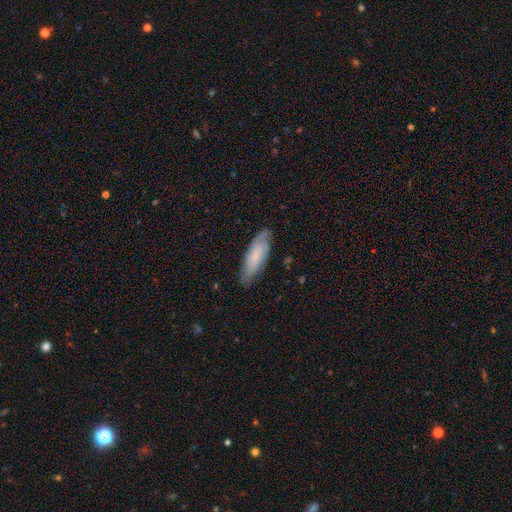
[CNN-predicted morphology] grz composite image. It shows a smooth galaxy with no disk features (52%) that is in between round and cigar-shaped (58%). Merging: none (77%).